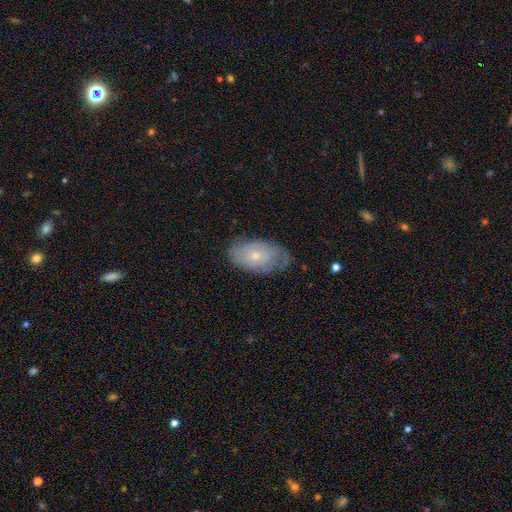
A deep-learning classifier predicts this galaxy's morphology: Smooth or featured: smooth — 47% (tied with featured or disk — 47%)
Merging: none — 59% (minor disturbance — 30%)